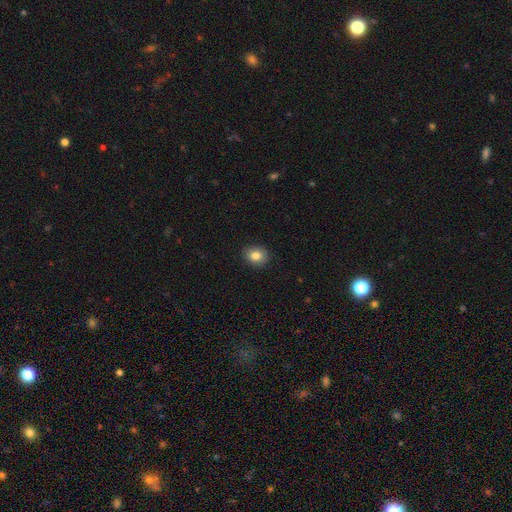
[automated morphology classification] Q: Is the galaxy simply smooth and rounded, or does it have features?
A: smooth — 84%.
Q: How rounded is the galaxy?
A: round — 55%.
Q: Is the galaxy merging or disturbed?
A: none — 89%.